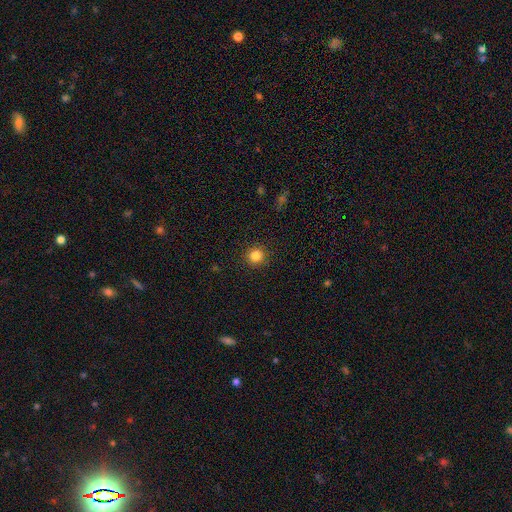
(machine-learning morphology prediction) Smooth or featured: smooth — 84% (star or artifact — 12%)
How rounded: round — 95% (in between — 4%)
Merging: none — 92% (minor disturbance — 5%)